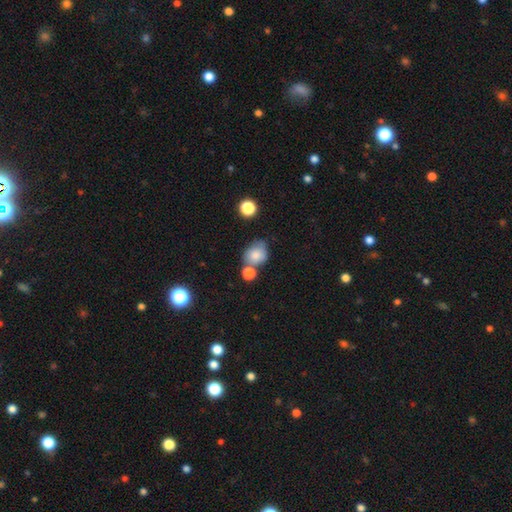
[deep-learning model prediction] The model was most divided on "how rounded": round: 55%, in between: 44%, cigar-shaped: 1%. Remaining: smooth or featured — smooth (79%); merging — none (45%).